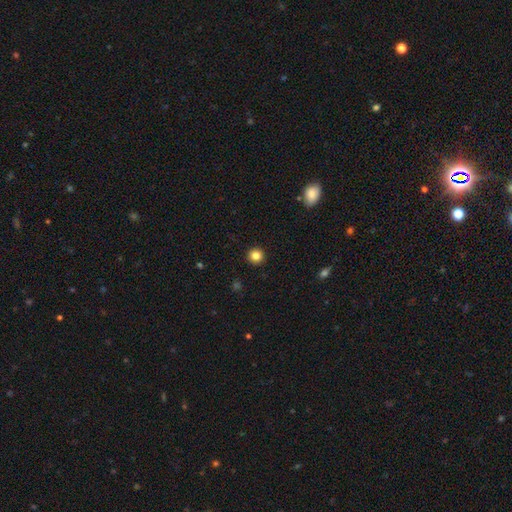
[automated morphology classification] A smooth galaxy with no disk features (84%) that is round (95%).

Vote fractions:
- Smooth or featured? smooth: 84% / star or artifact: 11% / featured or disk: 4%
- How rounded? round: 95% / in between: 4% / cigar-shaped: 1%
- Merging? none: 93% / minor disturbance: 4% / major disturbance: 2% / merger: 1%